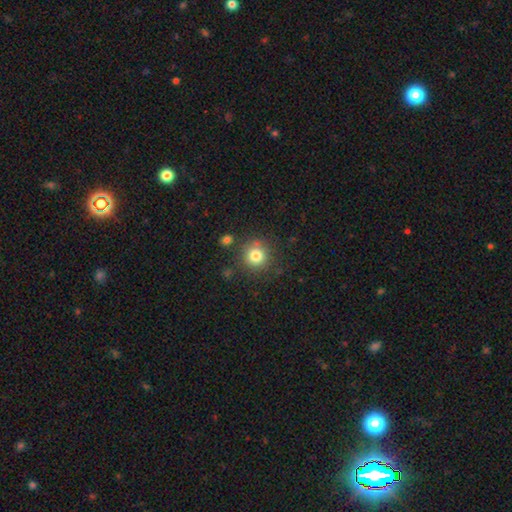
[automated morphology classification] Overall: smooth (80%). How rounded: round (93%). Merging: none (81%).